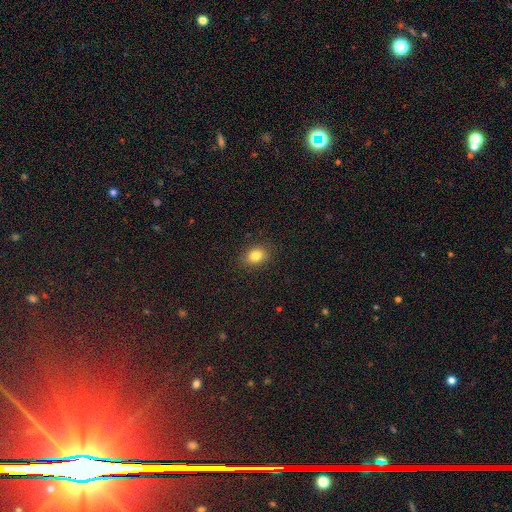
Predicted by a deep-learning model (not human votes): Smooth or featured? smooth (81%)
How rounded? in between (55%)
Merging? none (87%)